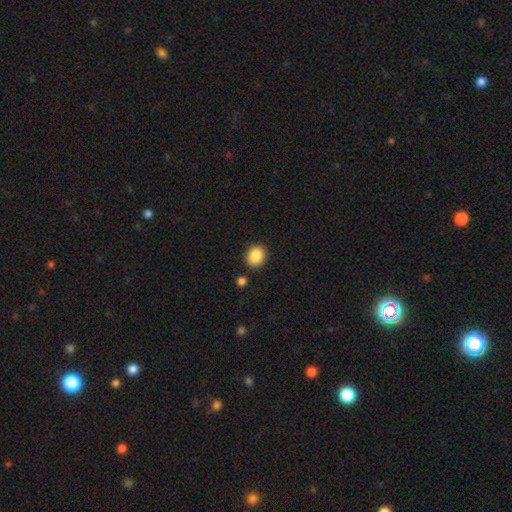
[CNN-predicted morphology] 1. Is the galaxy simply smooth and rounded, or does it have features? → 88% smooth, 8% star or artifact, 3% featured or disk.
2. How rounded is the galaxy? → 63% round, 36% in between, 1% cigar-shaped.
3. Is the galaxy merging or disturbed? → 86% none, 8% minor disturbance, 3% merger, 2% major disturbance.